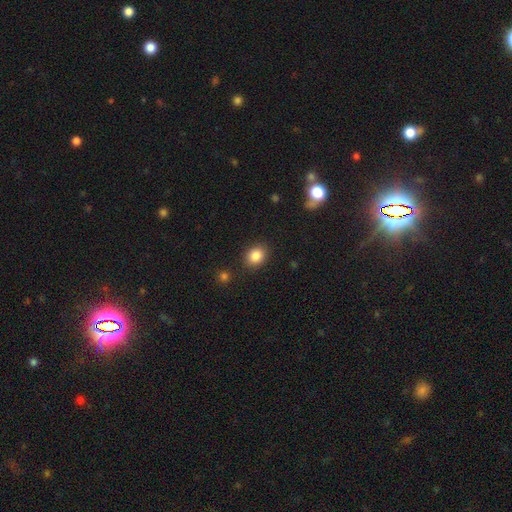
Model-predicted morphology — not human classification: This appears to be a smooth galaxy with no disk features (85%) that is round (58%). Merging: none (86%).